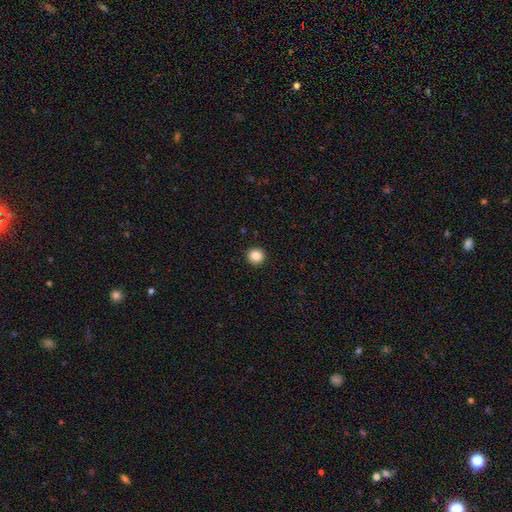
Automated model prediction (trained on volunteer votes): Smooth or featured?
  - smooth: 87% *
  - star or artifact: 10%
  - featured or disk: 3%
How rounded?
  - round: 94% *
  - in between: 5%
  - cigar-shaped: 1%
Merging?
  - none: 93% *
  - minor disturbance: 4%
  - major disturbance: 2%
  - merger: 1%